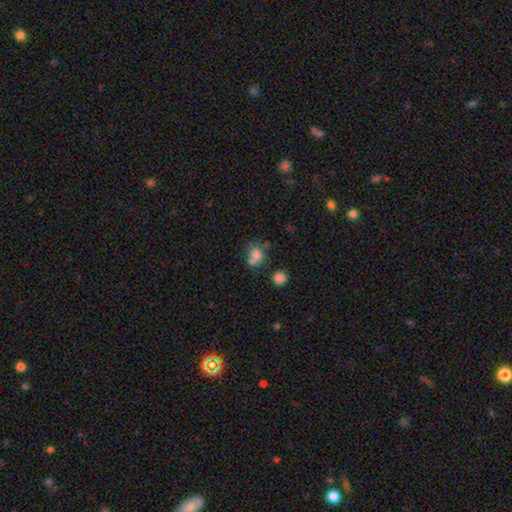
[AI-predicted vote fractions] This appears to be a smooth galaxy with no disk features (75%) that is round (69%). Merging: none (45%).